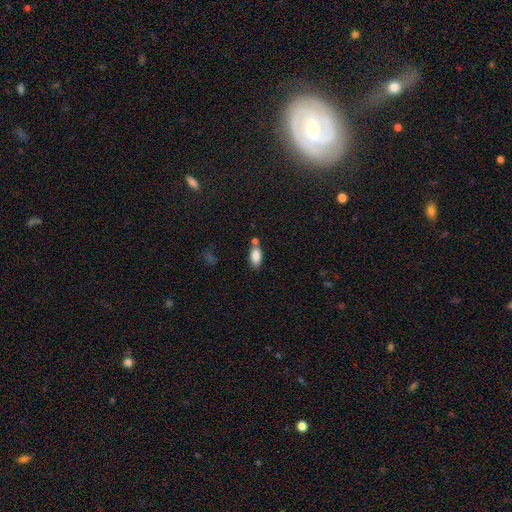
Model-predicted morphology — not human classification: smooth-or-featured: smooth: 85% | star or artifact: 8% | featured or disk: 7%
  how-rounded: in between: 88% | cigar-shaped: 9% | round: 3%
  merging: none: 60% | merger: 21% | minor disturbance: 15% | major disturbance: 4%